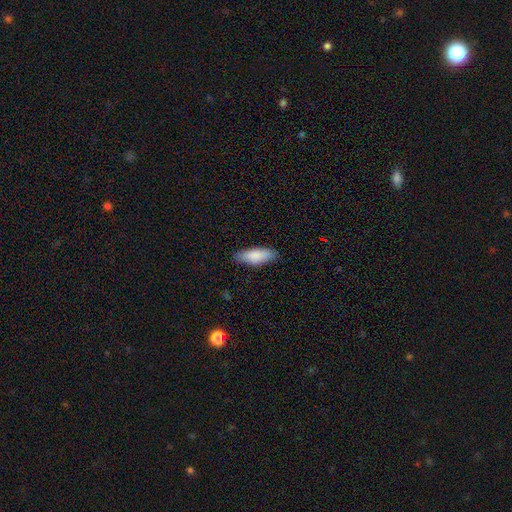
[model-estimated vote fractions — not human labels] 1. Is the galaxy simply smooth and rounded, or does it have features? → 85% smooth, 9% featured or disk, 5% star or artifact.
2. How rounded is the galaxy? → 67% in between, 31% cigar-shaped, 2% round.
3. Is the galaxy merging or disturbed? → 84% none, 13% minor disturbance, 2% major disturbance, 1% merger.